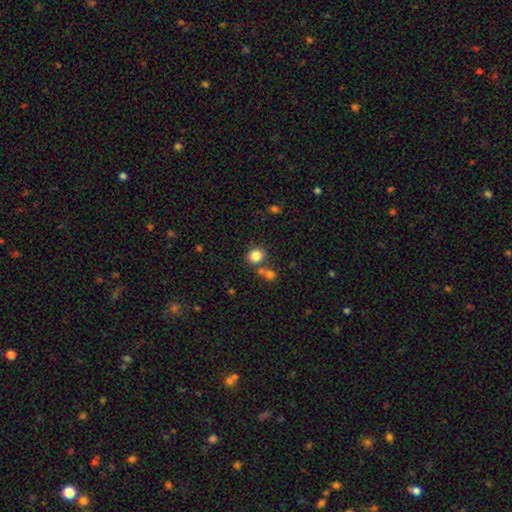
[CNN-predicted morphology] smooth-or-featured: smooth: 84% | star or artifact: 11% | featured or disk: 5%
  how-rounded: round: 73% | in between: 26% | cigar-shaped: 1%
  merging: none: 69% | merger: 17% | minor disturbance: 10% | major disturbance: 4%